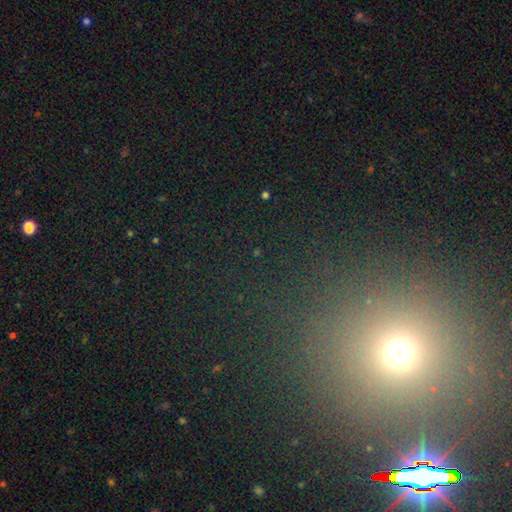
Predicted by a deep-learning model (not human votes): Smooth or featured? Predicted: star or artifact (p=0.51).